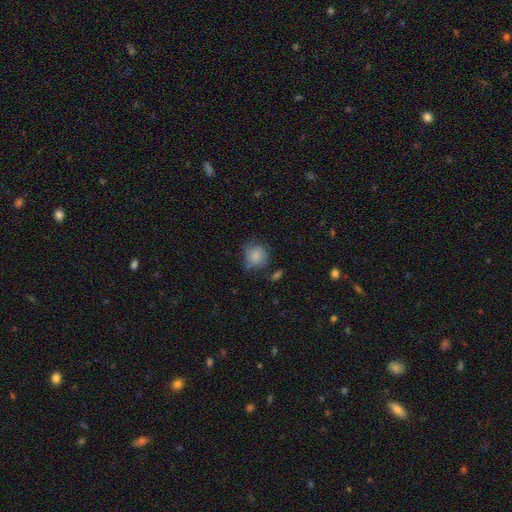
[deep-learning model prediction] Smooth or featured?
  - smooth: 76% *
  - featured or disk: 15%
  - star or artifact: 9%
How rounded?
  - round: 78% *
  - in between: 21%
  - cigar-shaped: 1%
Merging?
  - none: 57% *
  - minor disturbance: 28%
  - major disturbance: 11%
  - merger: 5%